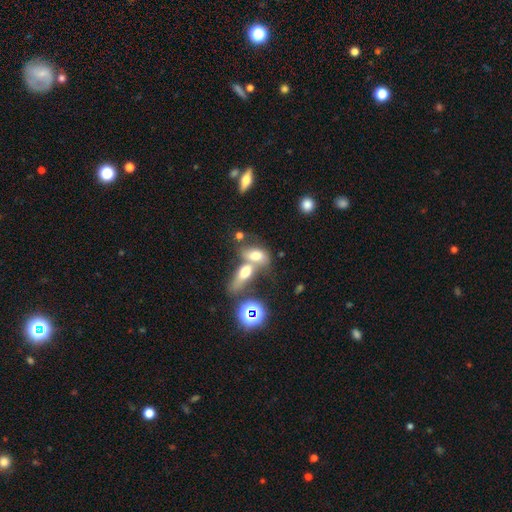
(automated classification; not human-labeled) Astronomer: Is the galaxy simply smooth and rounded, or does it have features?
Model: smooth — 63%.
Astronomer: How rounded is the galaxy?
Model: in between — 81%.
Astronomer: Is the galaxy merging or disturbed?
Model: merger — 61%.